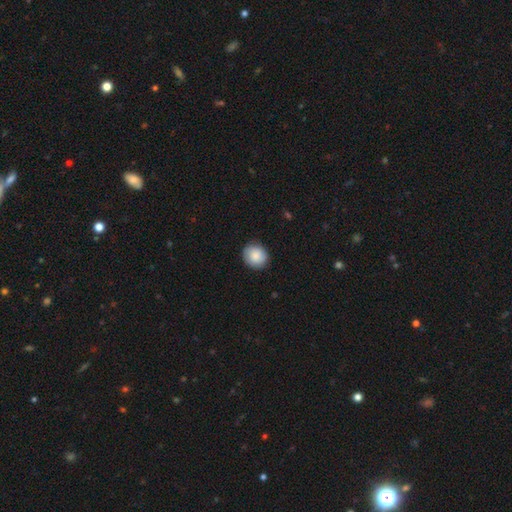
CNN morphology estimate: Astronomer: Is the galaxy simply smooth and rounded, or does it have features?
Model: smooth — 87%.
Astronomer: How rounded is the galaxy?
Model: round — 87%.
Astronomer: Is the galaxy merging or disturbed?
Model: none — 88%.